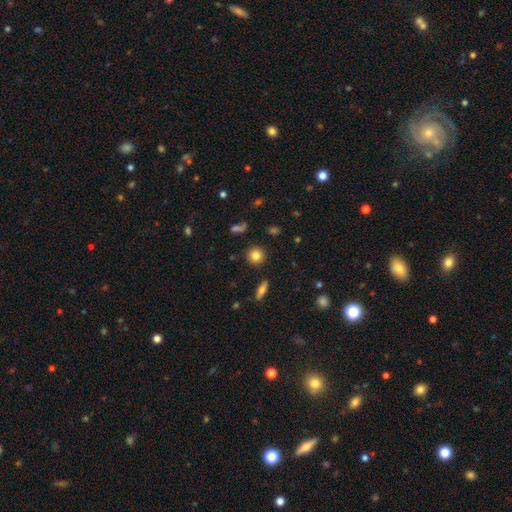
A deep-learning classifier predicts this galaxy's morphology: type=smooth (81%); roundness=round (91%); merging=none (89%).